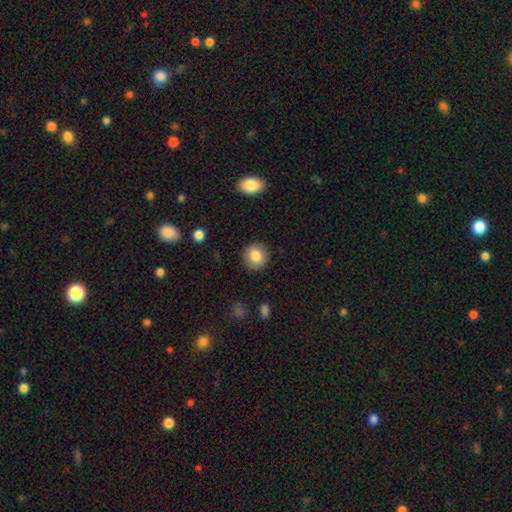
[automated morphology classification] A smooth galaxy with no disk features (84%) that is round (88%).

Vote fractions:
- Smooth or featured? smooth: 84% / star or artifact: 8% / featured or disk: 8%
- How rounded? round: 88% / in between: 11% / cigar-shaped: 1%
- Merging? none: 89% / minor disturbance: 7% / major disturbance: 2% / merger: 1%